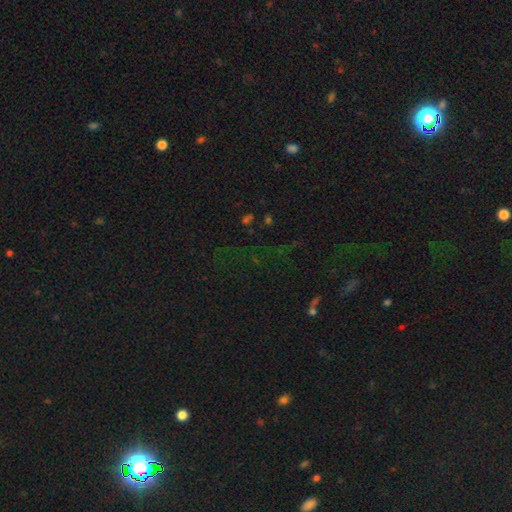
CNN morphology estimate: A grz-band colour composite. It shows a star or artifact, not a galaxy (77%).